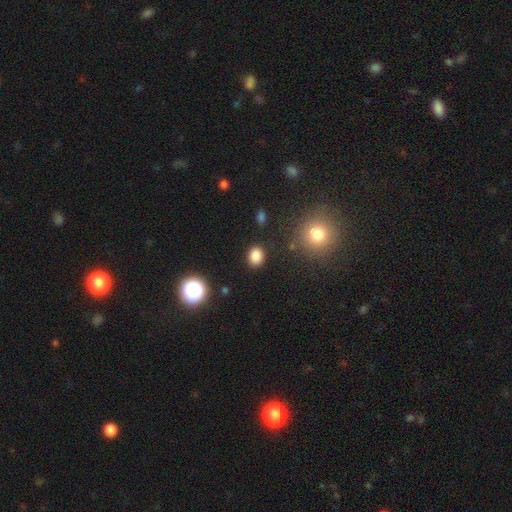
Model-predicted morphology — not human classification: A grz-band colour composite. It shows a smooth galaxy with no disk features (84%) that is in between round and cigar-shaped (52%). Merging: none (86%).